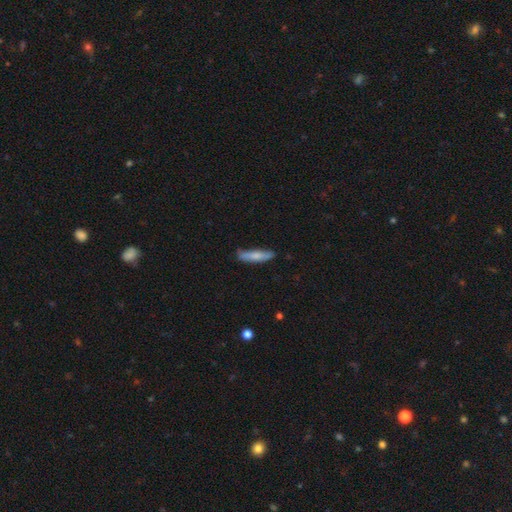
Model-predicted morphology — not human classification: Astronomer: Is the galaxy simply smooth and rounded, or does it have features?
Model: smooth — 71%.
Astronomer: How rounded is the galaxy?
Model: cigar-shaped — 84%.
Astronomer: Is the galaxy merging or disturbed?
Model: none — 76%.